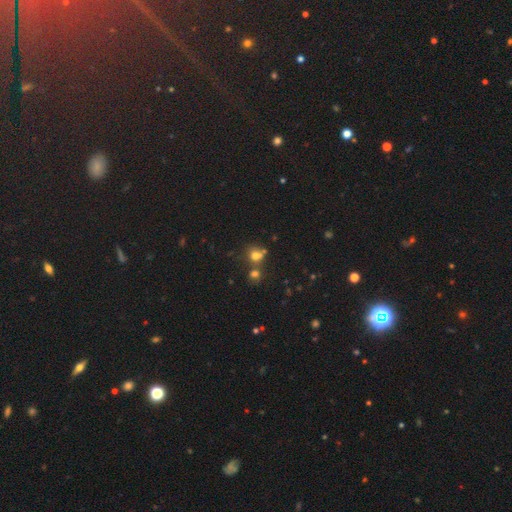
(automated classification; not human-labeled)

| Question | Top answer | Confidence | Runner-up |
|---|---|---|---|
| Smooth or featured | smooth | 70% | star or artifact (19%) |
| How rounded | round | 78% | in between (21%) |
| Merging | none | 47% | merger (36%) |